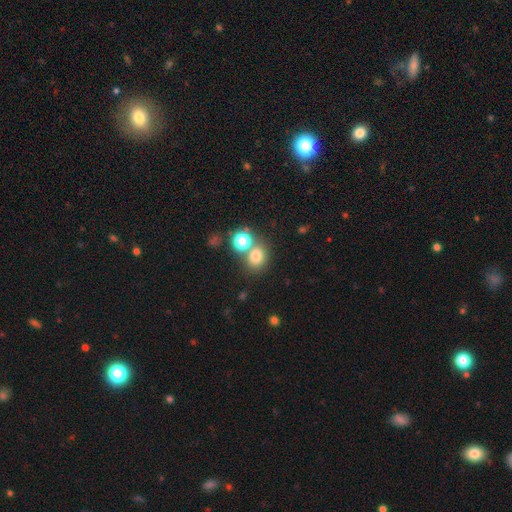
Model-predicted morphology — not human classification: Q: Smooth or featured?
A: smooth (76%); runner-up: star or artifact (16%)
Q: How rounded?
A: round (68%); runner-up: in between (31%)
Q: Merging?
A: none (56%); runner-up: merger (31%)